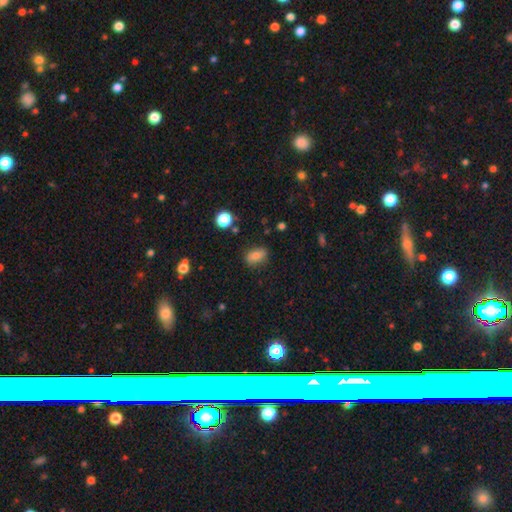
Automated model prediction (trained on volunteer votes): Smooth or featured? smooth (76%)
How rounded? in between (78%)
Merging? none (80%)